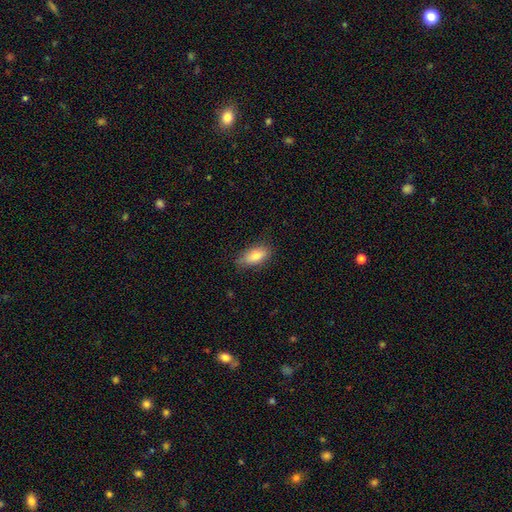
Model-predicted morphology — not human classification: This is likely a smooth galaxy (78%). How rounded: clearly in between (84%). Merging: likely none (78%).